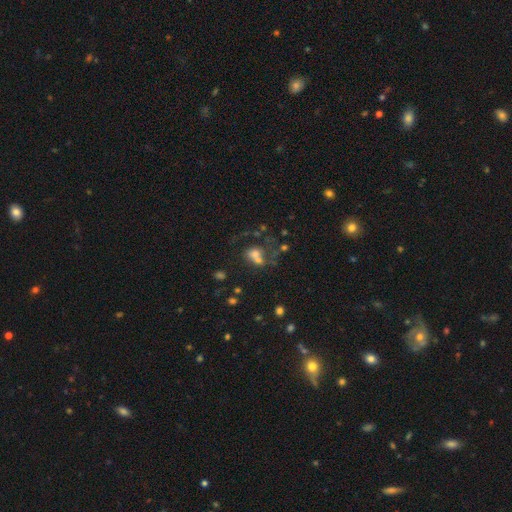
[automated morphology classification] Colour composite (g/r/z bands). It shows a smooth galaxy with no disk features (59%) that is round (51%). Merging: merger (48%).